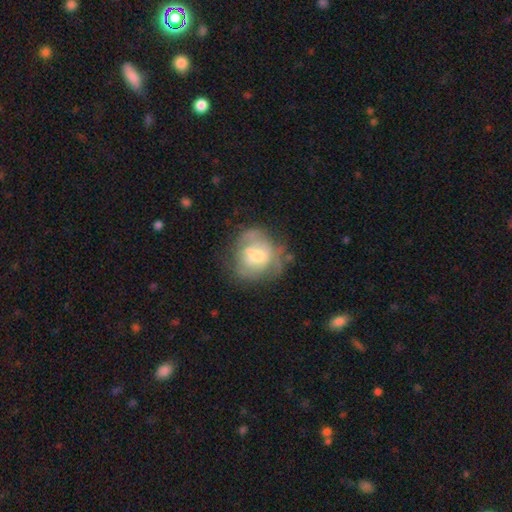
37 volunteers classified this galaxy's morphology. Volunteers were most divided on "smooth or featured" (2-way tie): smooth: 49%, featured or disk: 49%, star or artifact: 3%. More confident: merging — none (61%); how rounded — round (56%).